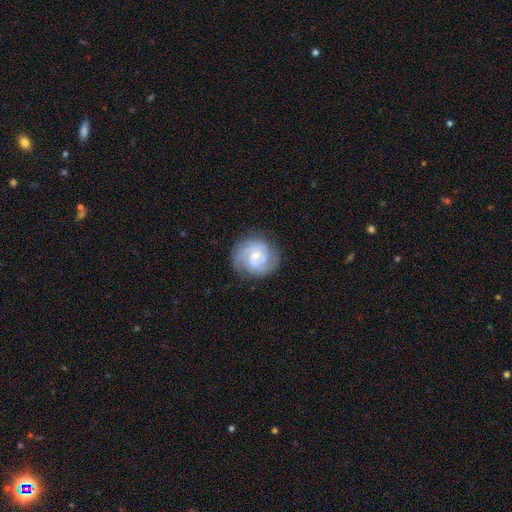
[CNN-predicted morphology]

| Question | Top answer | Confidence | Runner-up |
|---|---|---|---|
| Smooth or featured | featured or disk | 80% | smooth (15%) |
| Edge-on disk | no | 98% | yes (2%) |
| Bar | no | 62% | weak (33%) |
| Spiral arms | yes | 95% | no (5%) |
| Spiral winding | tight | 59% | medium (34%) |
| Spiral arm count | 2 | 48% | can't tell (20%) |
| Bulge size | small | 63% | moderate (33%) |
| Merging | none | 80% | minor disturbance (14%) |